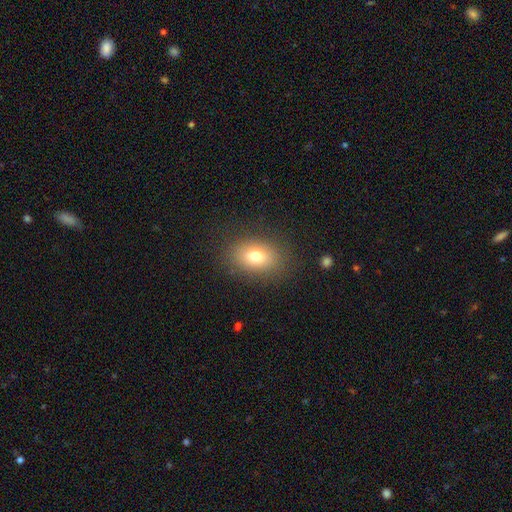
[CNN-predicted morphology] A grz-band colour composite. It shows a smooth galaxy with no disk features (76%) that is in between round and cigar-shaped (77%). Merging: none (84%).